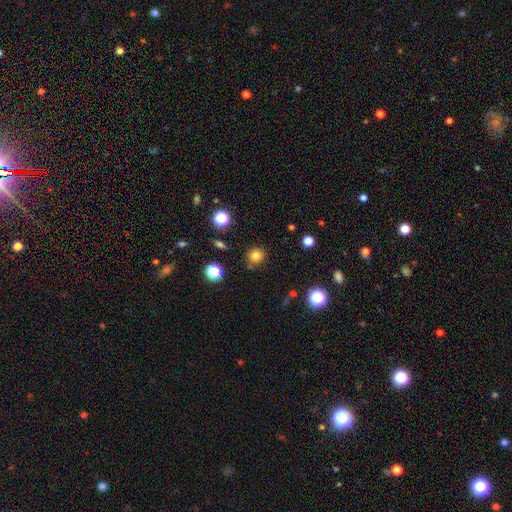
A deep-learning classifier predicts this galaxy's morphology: The model was most divided on "smooth or featured": smooth: 79%, star or artifact: 15%, featured or disk: 6%. More confident: how rounded — round (91%); merging — none (82%).